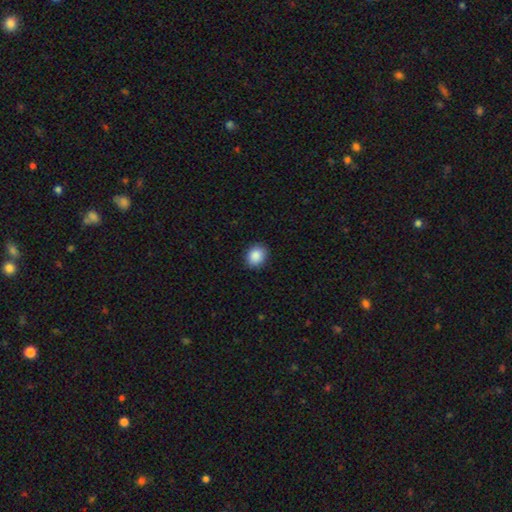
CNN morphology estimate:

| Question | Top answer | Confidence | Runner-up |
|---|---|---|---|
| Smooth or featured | smooth | 89% | star or artifact (8%) |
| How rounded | round | 57% | in between (42%) |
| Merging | none | 88% | minor disturbance (9%) |